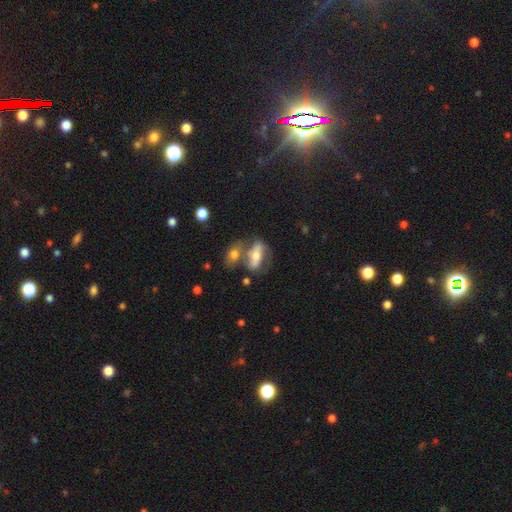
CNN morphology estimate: smooth_or_featured: smooth (p=0.47) [alt: featured or disk p=0.45]
merging: none (p=0.39) [alt: merger p=0.38]